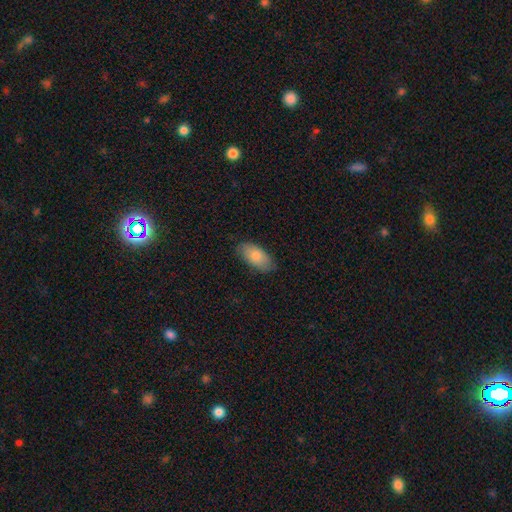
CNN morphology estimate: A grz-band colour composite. It shows a smooth galaxy with no disk features (80%) that is in between round and cigar-shaped (93%). Merging: none (84%).